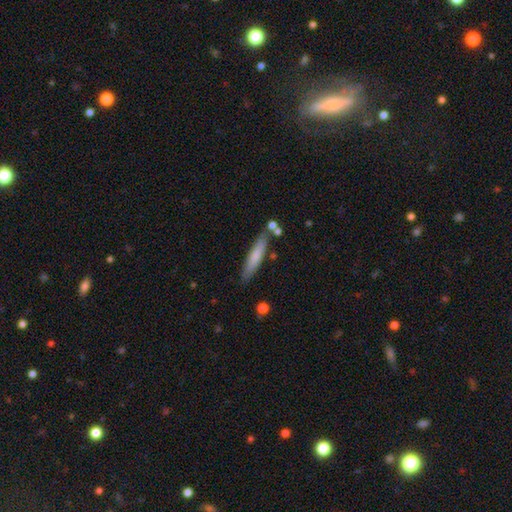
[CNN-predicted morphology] A smooth galaxy with no disk features (71%) that is cigar-shaped (88%).

Vote fractions:
- Smooth or featured? smooth: 71% / featured or disk: 23% / star or artifact: 6%
- How rounded? cigar-shaped: 88% / in between: 10% / round: 1%
- Merging? none: 79% / minor disturbance: 13% / merger: 5% / major disturbance: 3%